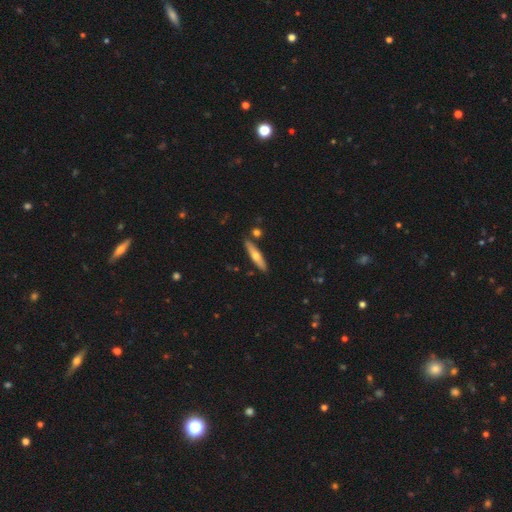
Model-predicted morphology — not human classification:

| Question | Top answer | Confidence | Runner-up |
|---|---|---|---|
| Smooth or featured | smooth | 51% | featured or disk (43%) |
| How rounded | cigar-shaped | 84% | in between (15%) |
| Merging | none | 86% | minor disturbance (8%) |